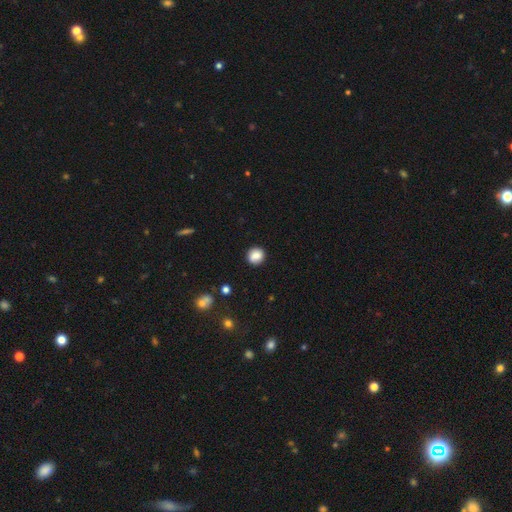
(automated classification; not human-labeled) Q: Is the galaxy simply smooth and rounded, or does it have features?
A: smooth — 85%.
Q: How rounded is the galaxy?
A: round — 85%.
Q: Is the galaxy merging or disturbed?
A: none — 89%.